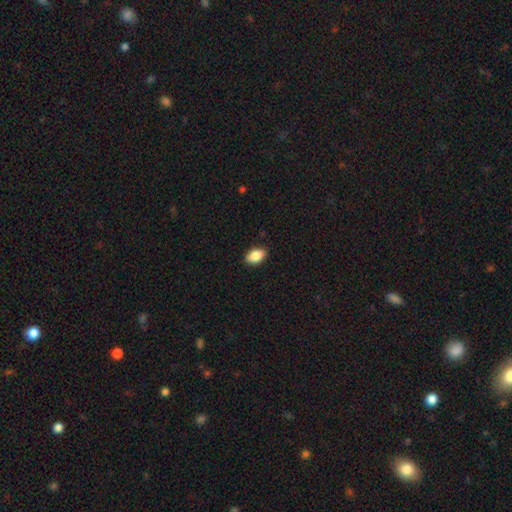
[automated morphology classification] Smooth or featured?
  - smooth: 86% *
  - star or artifact: 7%
  - featured or disk: 7%
How rounded?
  - in between: 90% *
  - round: 8%
  - cigar-shaped: 2%
Merging?
  - none: 89% *
  - minor disturbance: 8%
  - major disturbance: 2%
  - merger: 1%